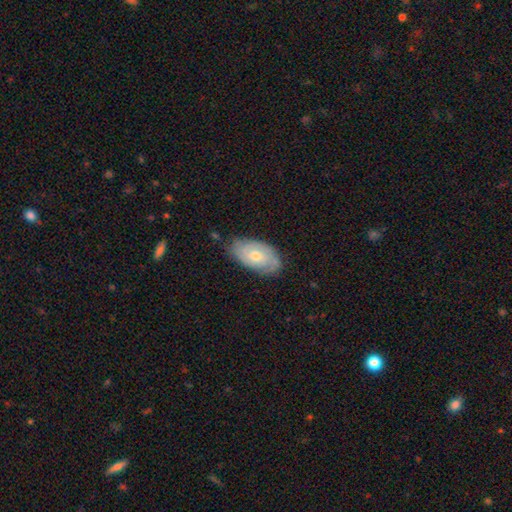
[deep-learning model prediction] Smooth or featured? Predicted: featured or disk (p=0.62). Edge-on disk? Predicted: no (p=0.93). Bar? Predicted: no (p=0.74). Spiral arms? Predicted: yes (p=0.81). Bulge size? Predicted: moderate (p=0.62). Merging? Predicted: none (p=0.74).